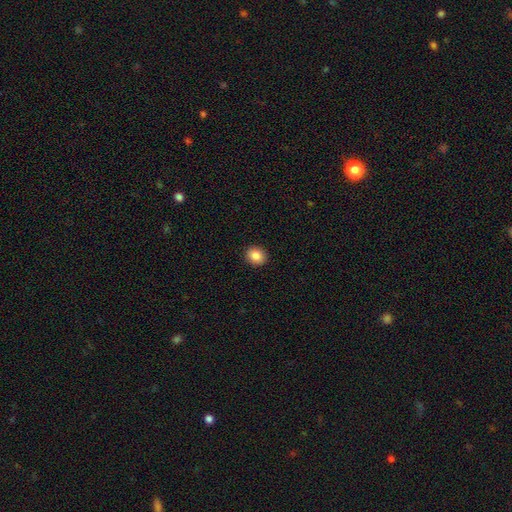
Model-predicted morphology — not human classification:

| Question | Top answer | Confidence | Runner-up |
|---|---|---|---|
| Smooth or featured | smooth | 87% | star or artifact (9%) |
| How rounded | round | 71% | in between (28%) |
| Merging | none | 92% | minor disturbance (5%) |